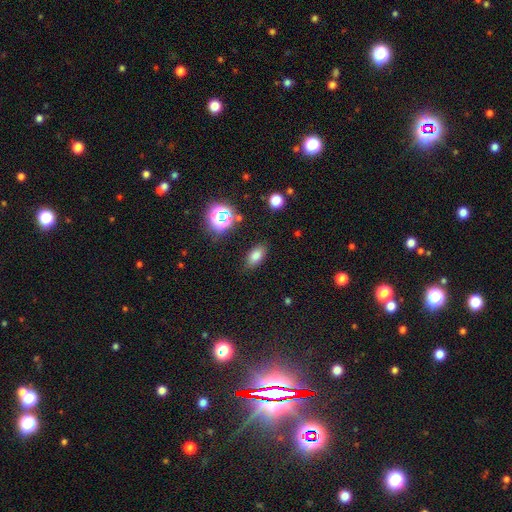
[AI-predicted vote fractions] smooth 76%, star or artifact 15%, featured or disk 9%. Down the decision tree: how rounded — in between (86%); merging — none (85%).